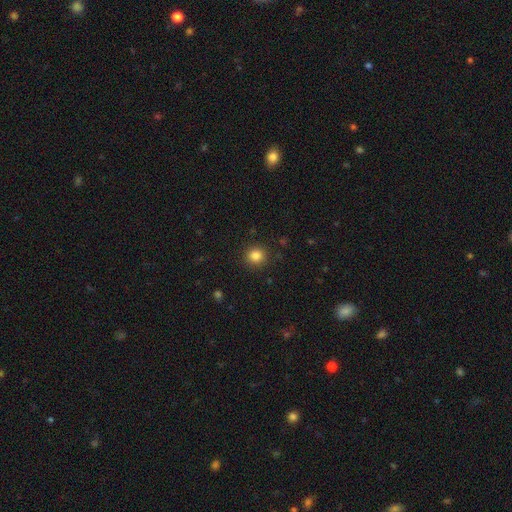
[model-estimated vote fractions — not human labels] Smooth or featured? smooth (84%)
How rounded? round (91%)
Merging? none (90%)